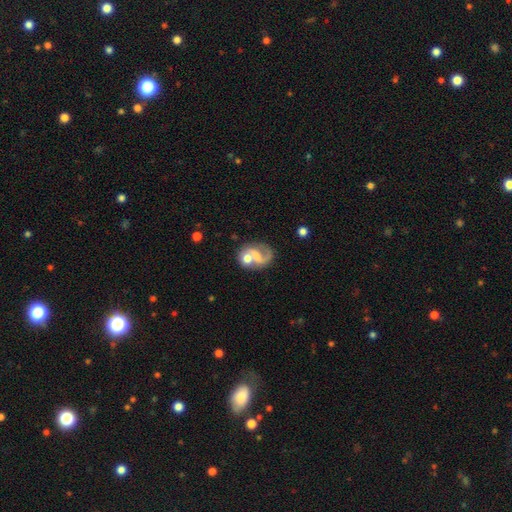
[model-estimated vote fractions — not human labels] Smooth or featured?
  - featured or disk: 63% *
  - smooth: 29%
  - star or artifact: 9%
Edge-on disk?
  - no: 98% *
  - yes: 2%
Bar?
  - no: 55% *
  - weak: 35%
  - strong: 10%
Spiral arms?
  - yes: 79% *
  - no: 21%
Bulge size?
  - moderate: 41% *
  - small: 28%
  - none: 18%
  - large: 11%
  - dominant: 3%
Merging?
  - merger: 33% *
  - none: 32%
  - major disturbance: 20%
  - minor disturbance: 15%